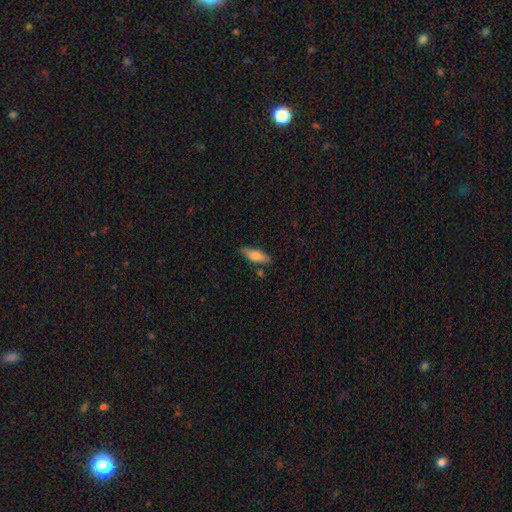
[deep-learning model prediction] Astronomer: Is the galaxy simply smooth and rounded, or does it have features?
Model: smooth — 77%.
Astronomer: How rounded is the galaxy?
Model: in between — 55% (runner-up: cigar-shaped, 43%).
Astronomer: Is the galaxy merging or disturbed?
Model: none — 80%.